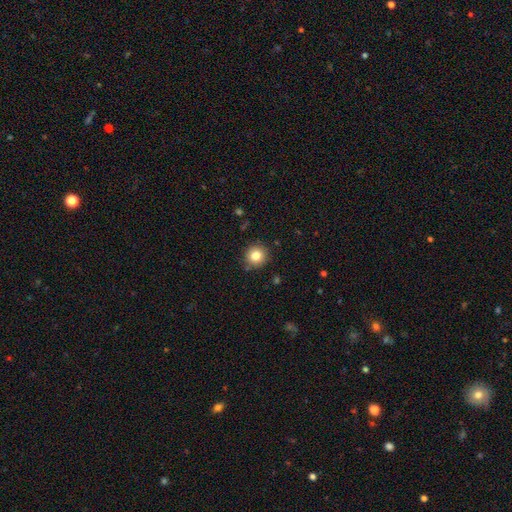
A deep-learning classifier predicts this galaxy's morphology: Q: Smooth or featured?
A: smooth (82%); runner-up: star or artifact (11%)
Q: How rounded?
A: round (93%); runner-up: in between (6%)
Q: Merging?
A: none (88%); runner-up: minor disturbance (9%)